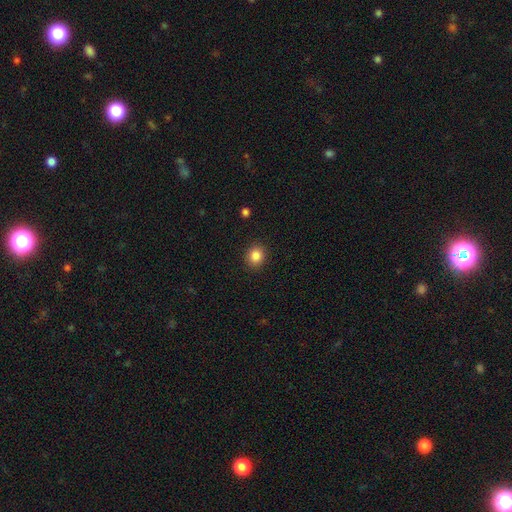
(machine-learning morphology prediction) Smooth or featured? smooth (86%)
How rounded? round (81%)
Merging? none (91%)